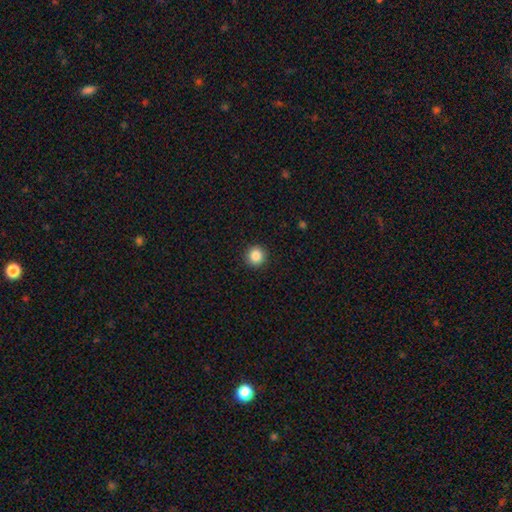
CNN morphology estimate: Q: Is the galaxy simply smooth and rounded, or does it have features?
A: smooth — 87%.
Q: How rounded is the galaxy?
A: round — 94%.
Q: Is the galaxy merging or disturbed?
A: none — 93%.